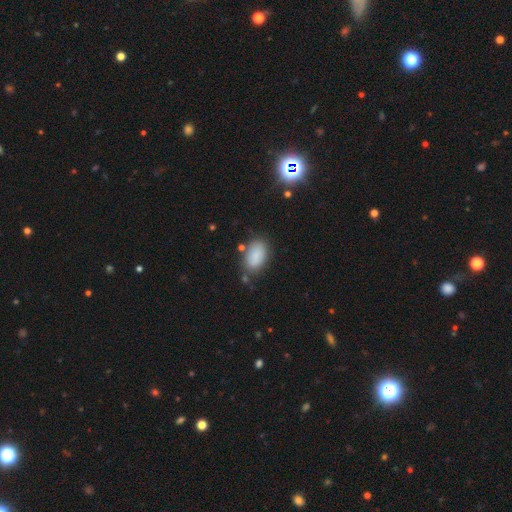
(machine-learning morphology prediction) Smooth or featured?
  - smooth: 87% *
  - star or artifact: 8%
  - featured or disk: 6%
How rounded?
  - in between: 91% *
  - round: 7%
  - cigar-shaped: 2%
Merging?
  - none: 73% *
  - minor disturbance: 17%
  - merger: 5%
  - major disturbance: 5%